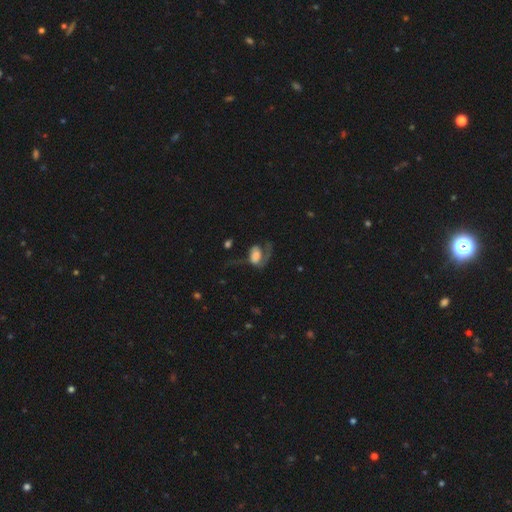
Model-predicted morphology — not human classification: This is possibly a featured or disk galaxy (51%). It is clearly not viewed edge-on (96%). Merging: possibly major disturbance (51%).